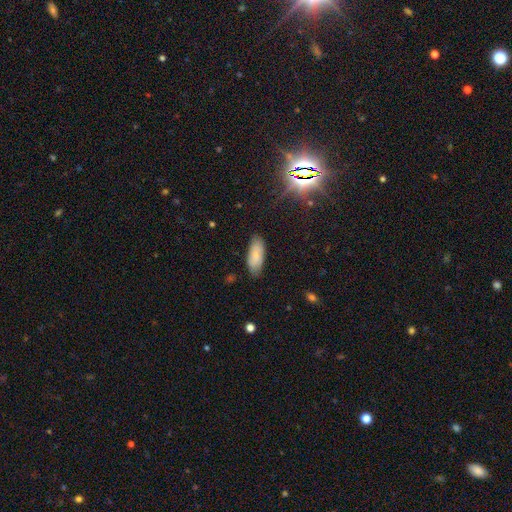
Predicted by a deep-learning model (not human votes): smooth_or_featured: smooth (p=0.76) [alt: featured or disk p=0.17]
how_rounded: in between (p=0.83) [alt: cigar-shaped p=0.15]
merging: none (p=0.77) [alt: minor disturbance p=0.18]